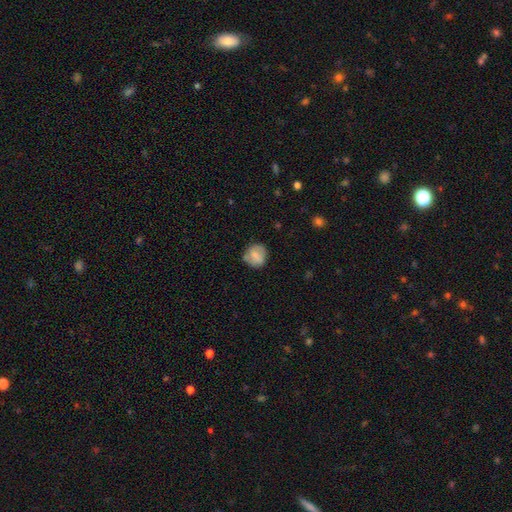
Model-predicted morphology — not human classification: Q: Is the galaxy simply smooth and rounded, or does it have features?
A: smooth — 73%.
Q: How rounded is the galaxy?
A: round — 81%.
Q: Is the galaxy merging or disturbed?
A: none — 70%.